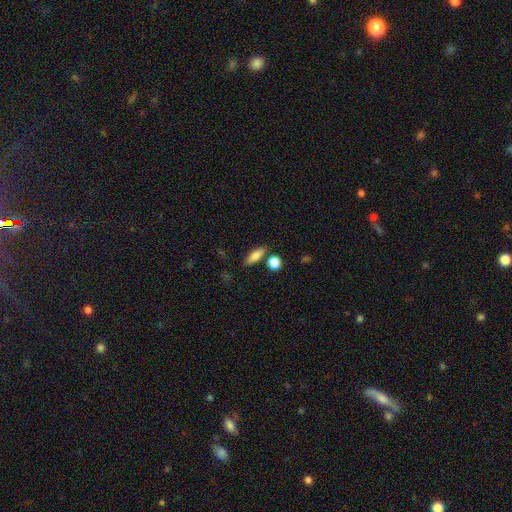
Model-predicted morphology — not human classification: smooth_or_featured: smooth (p=0.77) [alt: featured or disk p=0.14]
how_rounded: in between (p=0.61) [alt: cigar-shaped p=0.32]
merging: none (p=0.75) [alt: minor disturbance p=0.12]